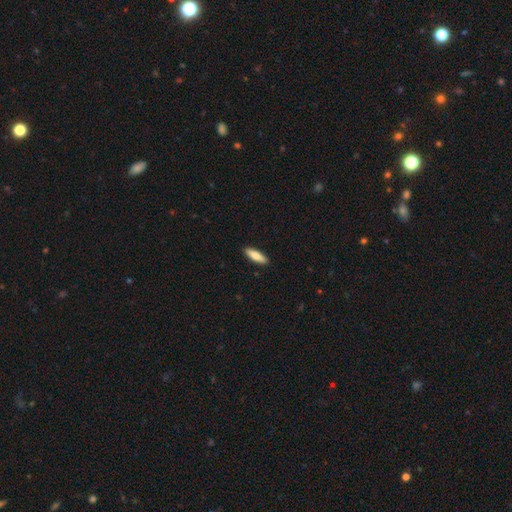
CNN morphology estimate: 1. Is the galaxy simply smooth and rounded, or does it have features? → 78% smooth, 16% featured or disk, 5% star or artifact.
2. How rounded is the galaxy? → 54% cigar-shaped, 44% in between, 2% round.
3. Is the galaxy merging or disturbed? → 90% none, 7% minor disturbance, 2% major disturbance, 1% merger.